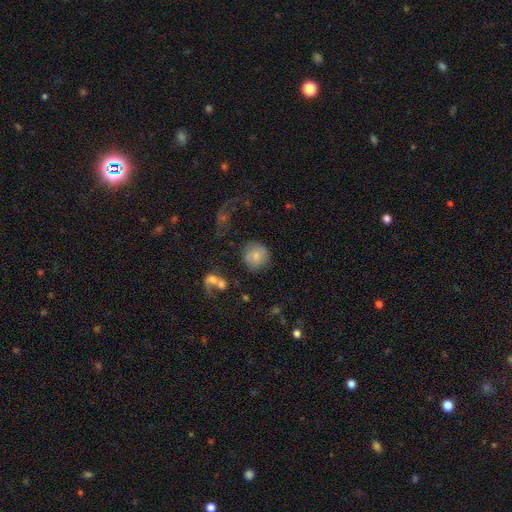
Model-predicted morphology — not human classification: Q: Smooth or featured?
A: smooth (73%); runner-up: featured or disk (17%)
Q: How rounded?
A: round (90%); runner-up: in between (9%)
Q: Merging?
A: none (74%); runner-up: minor disturbance (13%)